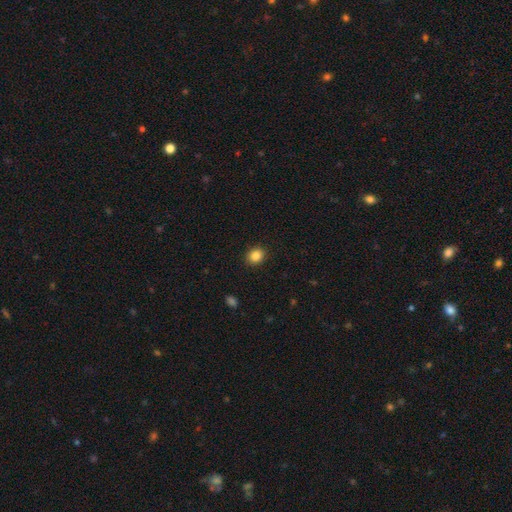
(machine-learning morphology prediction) type=smooth (86%); roundness=round (58%); merging=none (90%).